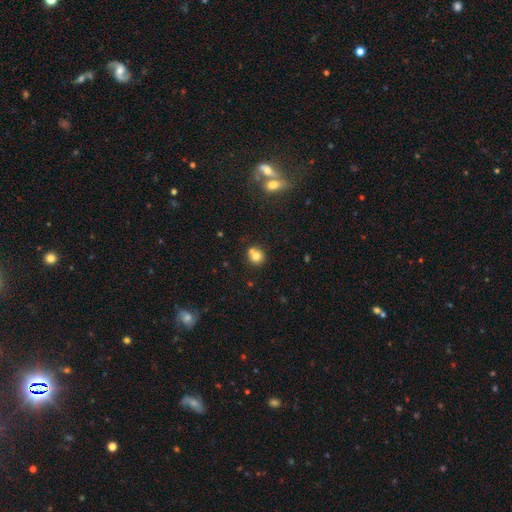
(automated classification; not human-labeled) smooth-or-featured: smooth: 76% | featured or disk: 12% | star or artifact: 12%
  how-rounded: round: 86% | in between: 13% | cigar-shaped: 1%
  merging: none: 54% | merger: 34% | minor disturbance: 10% | major disturbance: 3%